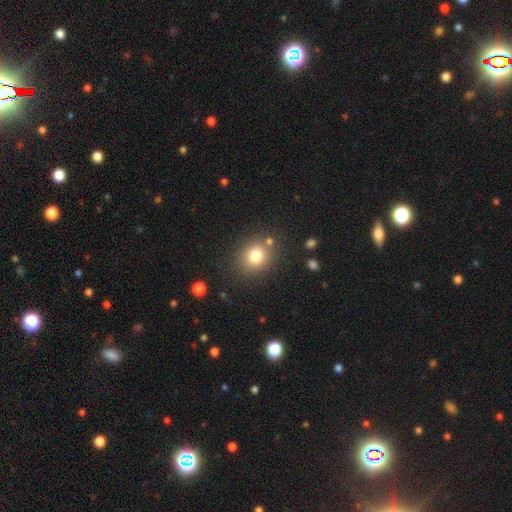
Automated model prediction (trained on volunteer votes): A smooth galaxy with no disk features (78%) that is round (68%).

Vote fractions:
- Smooth or featured? smooth: 78% / star or artifact: 12% / featured or disk: 9%
- How rounded? round: 68% / in between: 31% / cigar-shaped: 1%
- Merging? none: 77% / minor disturbance: 11% / merger: 8% / major disturbance: 4%